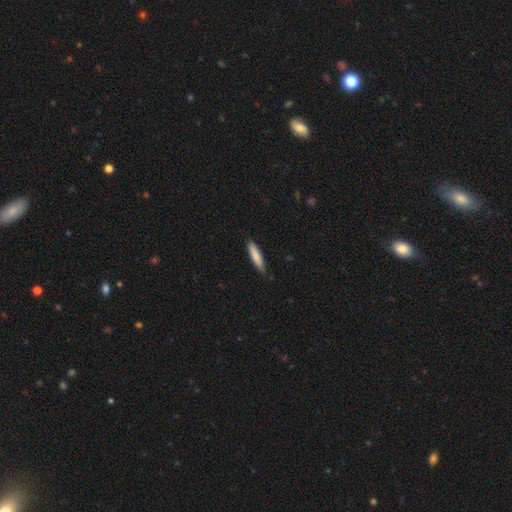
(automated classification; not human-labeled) smooth 83%, featured or disk 11%, star or artifact 6%. Down the decision tree: how rounded — cigar-shaped (81%); merging — none (82%).